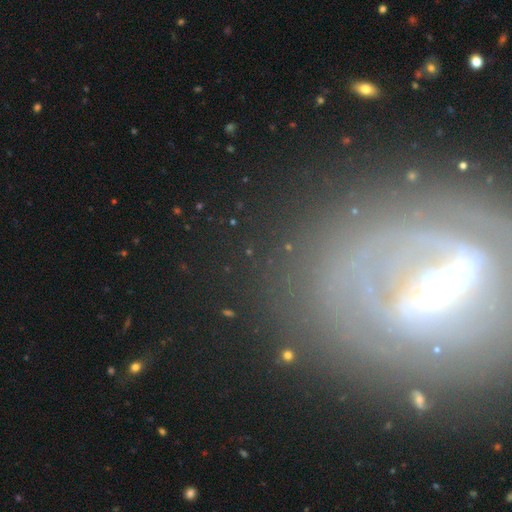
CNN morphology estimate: type=featured or disk (76%); edge-on=no (83%); bar=strong (63%); spiral arms=yes (57%); bulge=moderate (54%); merging=none (72%).